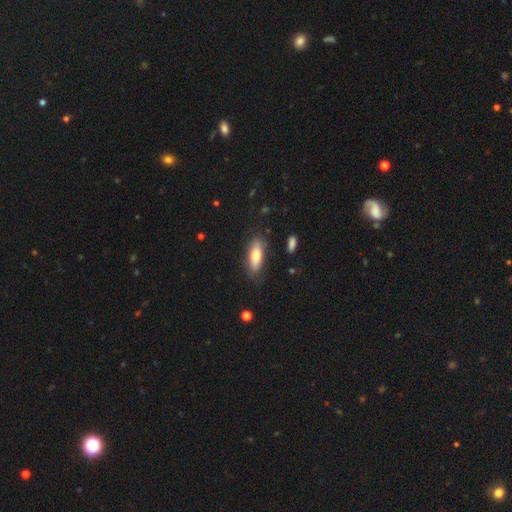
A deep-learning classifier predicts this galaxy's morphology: Q: Smooth or featured?
A: smooth (73%); runner-up: featured or disk (20%)
Q: How rounded?
A: in between (66%); runner-up: cigar-shaped (32%)
Q: Merging?
A: none (76%); runner-up: minor disturbance (17%)